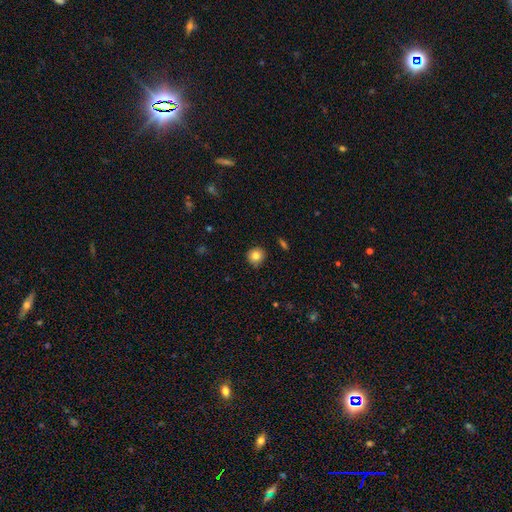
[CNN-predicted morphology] This appears to be a smooth galaxy with no disk features (81%) that is round (92%). Merging: none (88%).